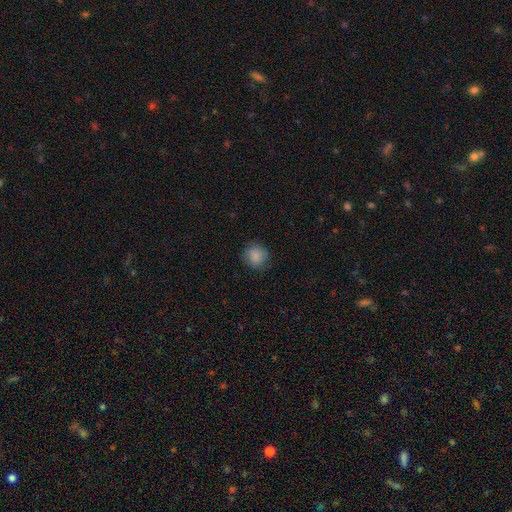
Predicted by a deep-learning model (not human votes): smooth_or_featured: smooth (p=0.87) [alt: star or artifact p=0.09]
how_rounded: round (p=0.90) [alt: in between p=0.09]
merging: none (p=0.85) [alt: minor disturbance p=0.11]